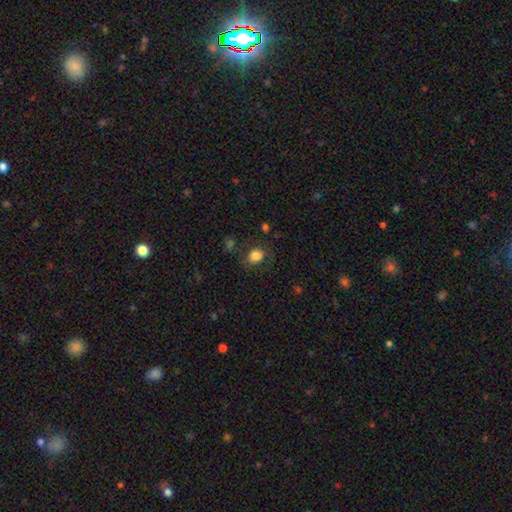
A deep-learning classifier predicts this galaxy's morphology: Smooth or featured?
  - smooth: 82% *
  - star or artifact: 11%
  - featured or disk: 8%
How rounded?
  - in between: 52% *
  - round: 47%
  - cigar-shaped: 1%
Merging?
  - none: 73% *
  - minor disturbance: 17%
  - major disturbance: 8%
  - merger: 3%